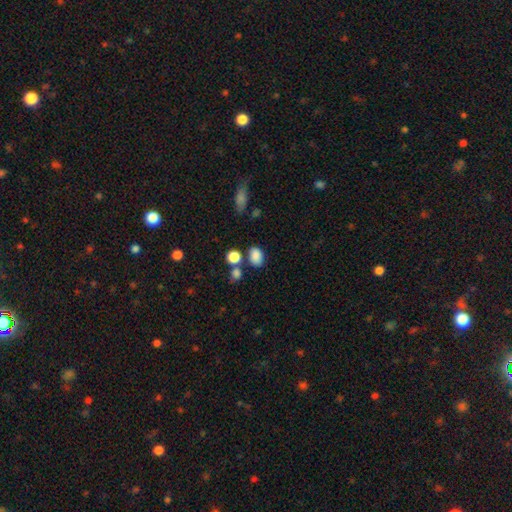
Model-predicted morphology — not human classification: This appears to be a smooth galaxy with no disk features (85%) that is in between round and cigar-shaped (73%). Merging: none (69%).